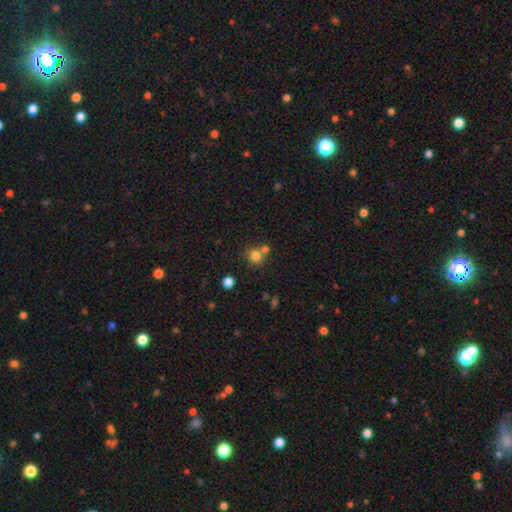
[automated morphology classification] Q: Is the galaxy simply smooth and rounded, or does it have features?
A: smooth — 78%.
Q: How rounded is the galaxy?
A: round — 88%.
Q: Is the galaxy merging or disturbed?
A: none — 57%.